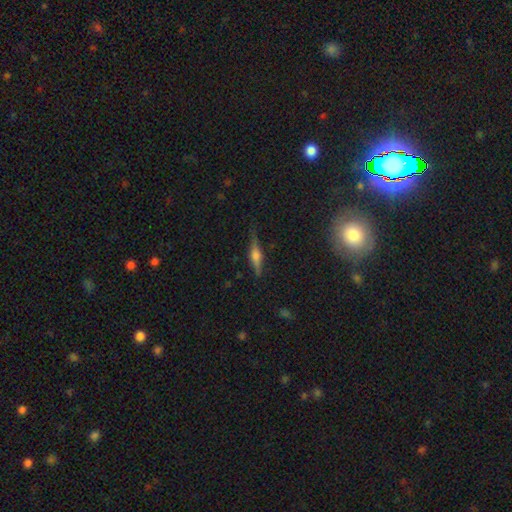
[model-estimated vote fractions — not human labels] This is likely a featured or disk galaxy (64%). It is clearly viewed edge-on (97%). Edge-on bulge: clearly rounded (82%). Merging: clearly none (83%).